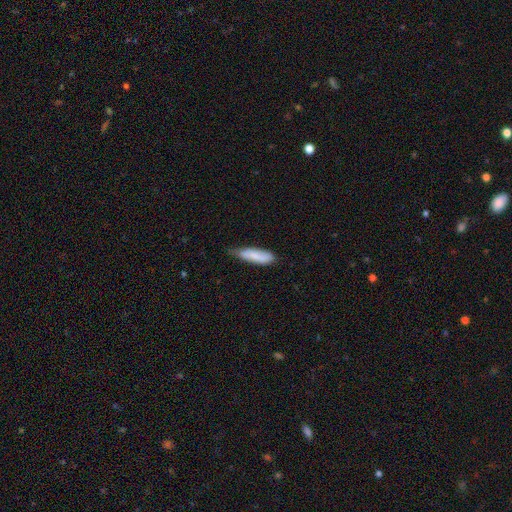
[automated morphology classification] This appears to be a smooth galaxy with no disk features (78%) that is cigar-shaped (57%). Merging: none (48%).